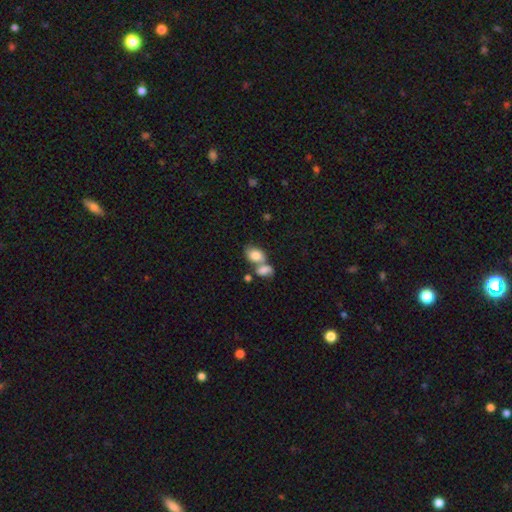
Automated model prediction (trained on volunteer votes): The model was most divided on "merging": merger: 58%, none: 26%, minor disturbance: 10%, major disturbance: 5%. More confident: smooth or featured — smooth (79%); how rounded — in between (77%).